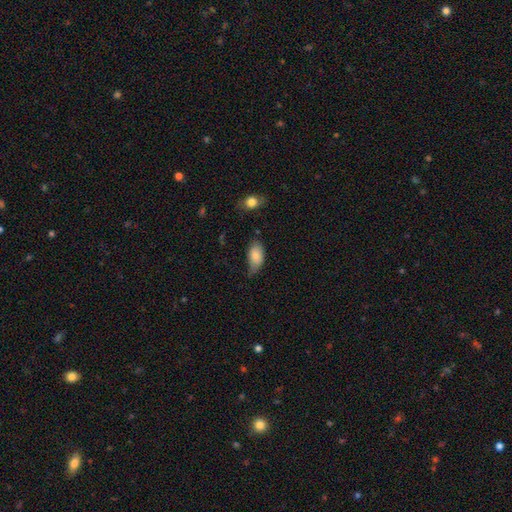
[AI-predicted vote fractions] A smooth galaxy with no disk features (79%) that is in between round and cigar-shaped (93%).

Vote fractions:
- Smooth or featured? smooth: 79% / featured or disk: 13% / star or artifact: 7%
- How rounded? in between: 93% / round: 5% / cigar-shaped: 3%
- Merging? none: 45% / minor disturbance: 41% / major disturbance: 11% / merger: 3%